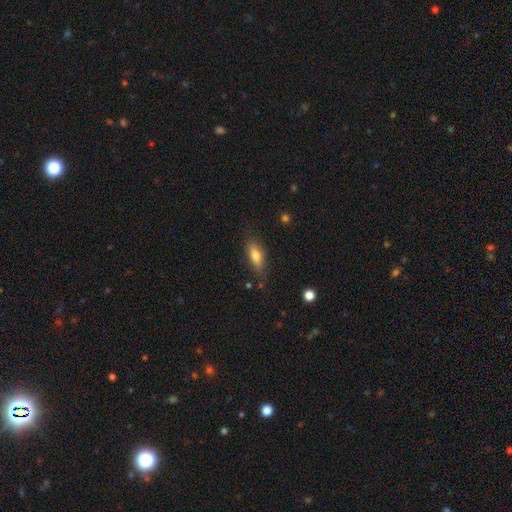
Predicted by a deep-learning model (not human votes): Smooth or featured: smooth — 68% (featured or disk — 24%)
How rounded: in between — 62% (cigar-shaped — 34%)
Merging: none — 77% (minor disturbance — 16%)